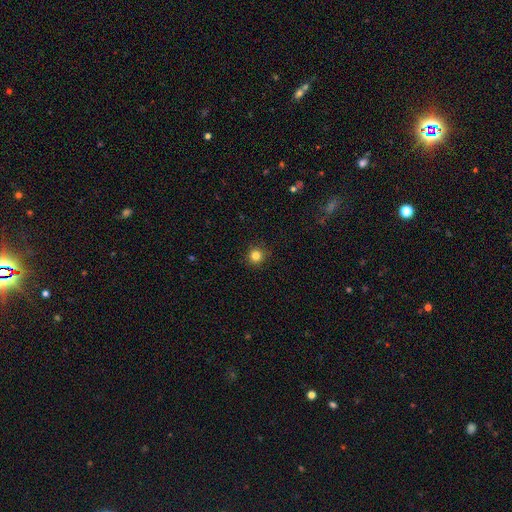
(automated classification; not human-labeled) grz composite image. It shows a smooth galaxy with no disk features (83%) that is round (94%). Merging: none (91%).